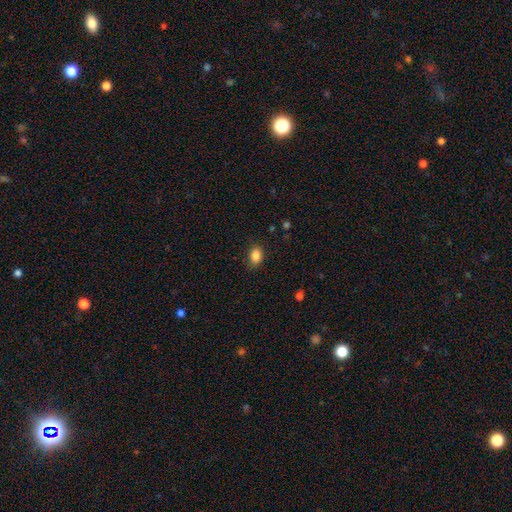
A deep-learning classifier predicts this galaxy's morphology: This is clearly a smooth galaxy (86%). How rounded: likely in between (72%). Merging: clearly none (84%).